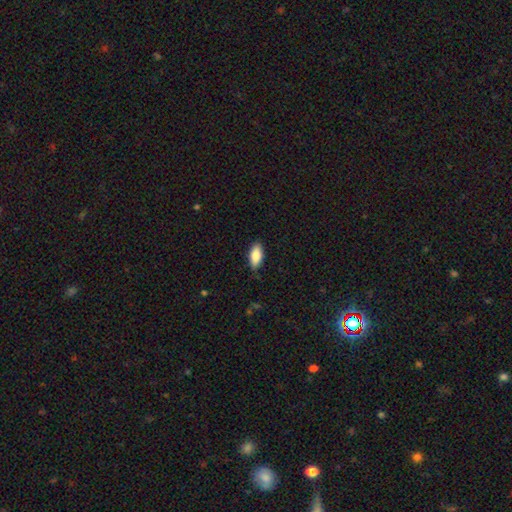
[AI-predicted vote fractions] A smooth galaxy with no disk features (83%) that is in between round and cigar-shaped (86%). Merging: none (84%).